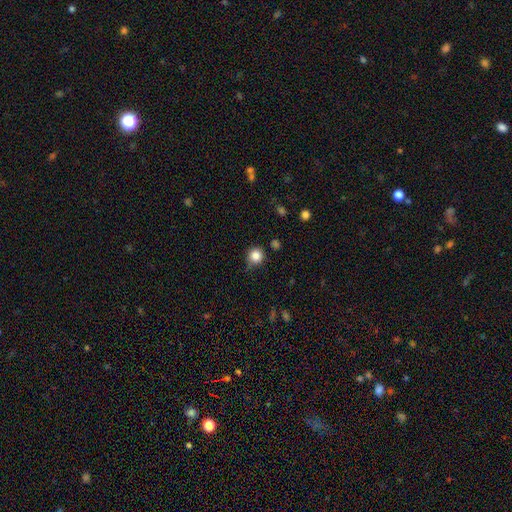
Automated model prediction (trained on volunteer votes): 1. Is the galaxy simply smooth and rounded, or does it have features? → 84% smooth, 11% star or artifact, 5% featured or disk.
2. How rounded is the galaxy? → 92% round, 7% in between, 1% cigar-shaped.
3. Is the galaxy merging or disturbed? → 73% none, 20% minor disturbance, 4% major disturbance, 3% merger.